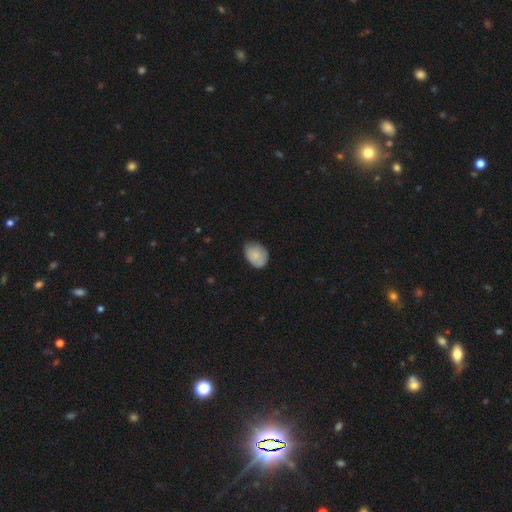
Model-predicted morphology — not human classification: This appears to be a smooth galaxy with no disk features (82%) that is in between round and cigar-shaped (71%). Merging: none (65%).